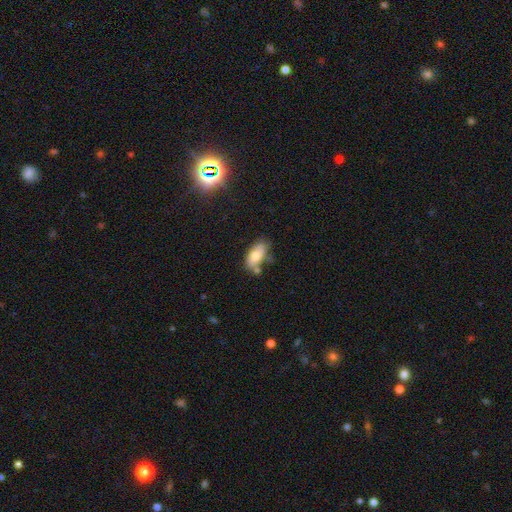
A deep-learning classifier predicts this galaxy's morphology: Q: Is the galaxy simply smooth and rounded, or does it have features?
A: smooth — 70%.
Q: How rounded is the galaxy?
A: in between — 89%.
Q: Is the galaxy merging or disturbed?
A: none — 57%.